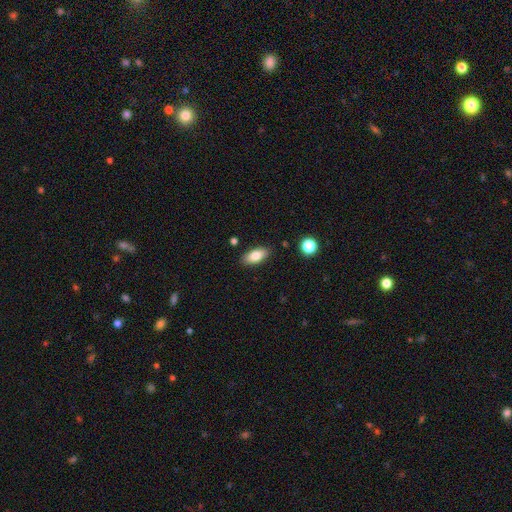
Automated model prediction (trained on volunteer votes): Smooth or featured? smooth (81%)
How rounded? in between (87%)
Merging? none (86%)